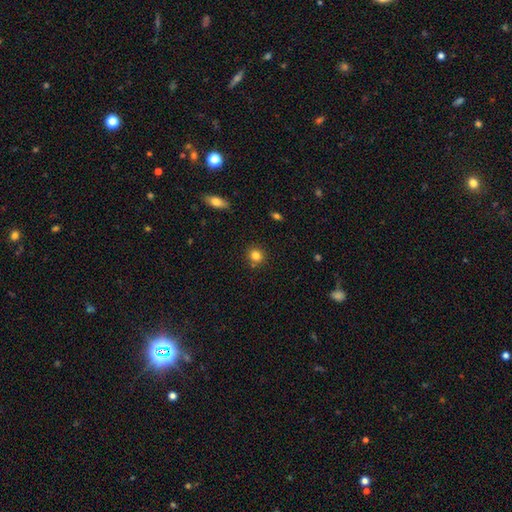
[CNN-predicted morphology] Smooth or featured?
  - smooth: 82% *
  - star or artifact: 12%
  - featured or disk: 6%
How rounded?
  - round: 85% *
  - in between: 14%
  - cigar-shaped: 1%
Merging?
  - none: 82% *
  - minor disturbance: 9%
  - merger: 6%
  - major disturbance: 2%